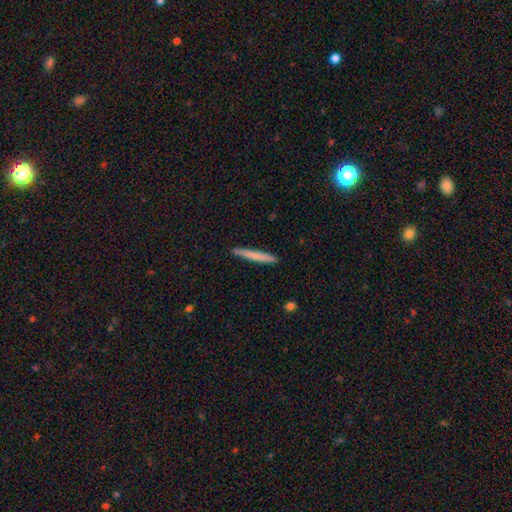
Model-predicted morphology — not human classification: A smooth galaxy with no disk features (69%) that is cigar-shaped (97%).

Vote fractions:
- Smooth or featured? smooth: 69% / featured or disk: 26% / star or artifact: 6%
- How rounded? cigar-shaped: 97% / in between: 2% / round: 1%
- Merging? none: 91% / minor disturbance: 7% / major disturbance: 1% / merger: 1%